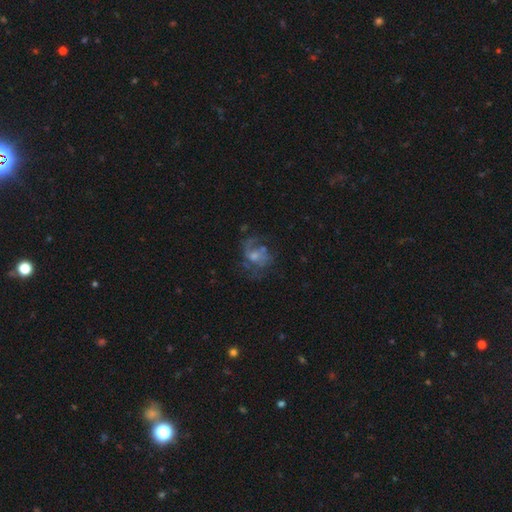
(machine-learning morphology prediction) smooth_or_featured: featured or disk (p=0.63) [alt: smooth p=0.26]
disk_edge_on: no (p=0.98) [alt: yes p=0.02]
bar: no (p=0.74) [alt: weak p=0.23]
has_spiral_arms: yes (p=0.58) [alt: no p=0.42]
bulge_size: moderate (p=0.40) [alt: small p=0.32]
merging: none (p=0.40) [alt: major disturbance p=0.35]